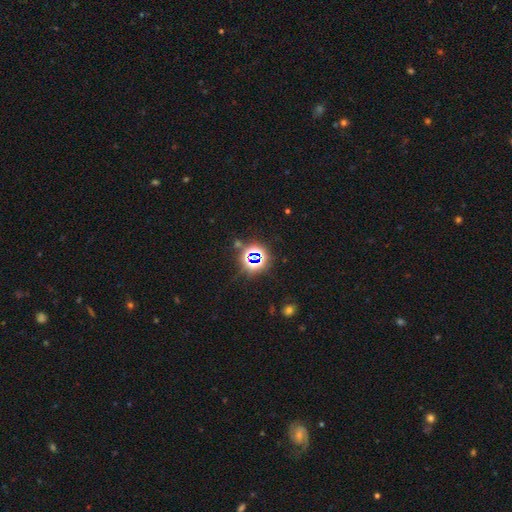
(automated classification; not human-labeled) The model was most divided on "smooth or featured": star or artifact: 76%, smooth: 16%, featured or disk: 8%.